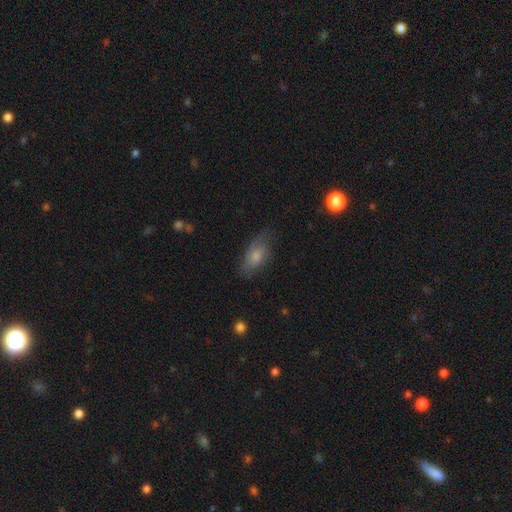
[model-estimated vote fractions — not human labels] A smooth galaxy with no disk features (63%) that is in between round and cigar-shaped (87%). Merging: none (63%).